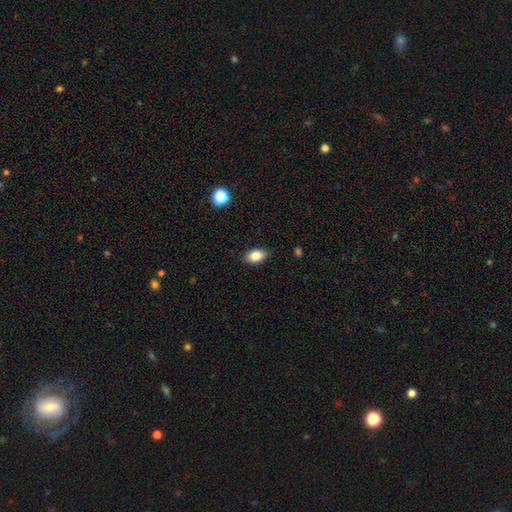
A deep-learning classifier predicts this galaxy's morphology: Smooth or featured? Predicted: smooth (p=0.85). How rounded? Predicted: in between (p=0.88). Merging? Predicted: none (p=0.85).